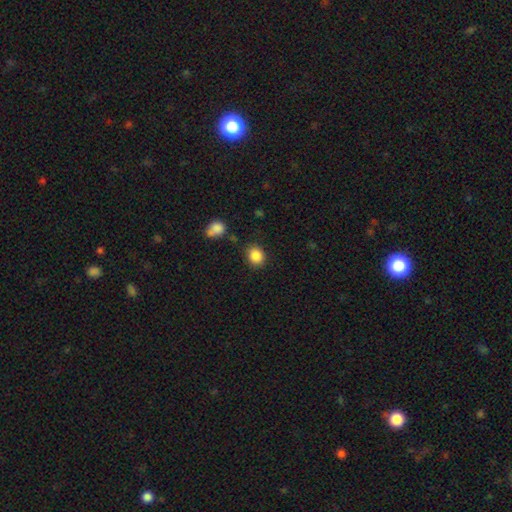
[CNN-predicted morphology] Smooth or featured?
  - smooth: 87% *
  - star or artifact: 9%
  - featured or disk: 4%
How rounded?
  - round: 69% *
  - in between: 30%
  - cigar-shaped: 1%
Merging?
  - none: 83% *
  - minor disturbance: 10%
  - major disturbance: 3%
  - merger: 3%